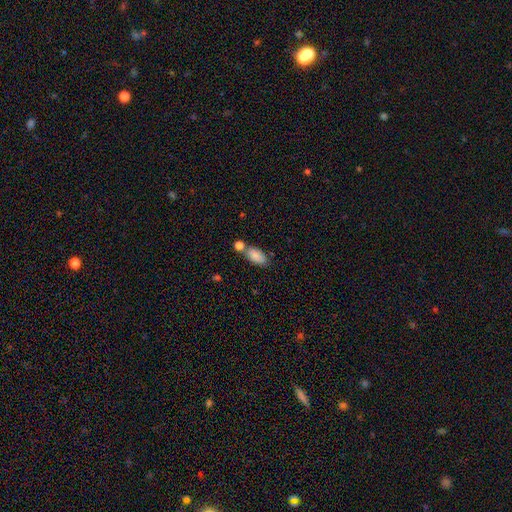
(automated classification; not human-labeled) Smooth or featured: smooth — 86% (star or artifact — 8%)
How rounded: in between — 89% (cigar-shaped — 7%)
Merging: none — 55% (merger — 27%)